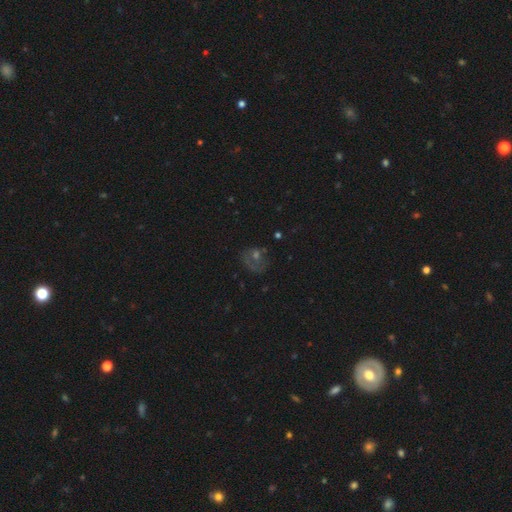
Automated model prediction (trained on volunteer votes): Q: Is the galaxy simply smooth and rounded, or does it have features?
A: featured or disk — 41%.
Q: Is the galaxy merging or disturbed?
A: none — 50%.